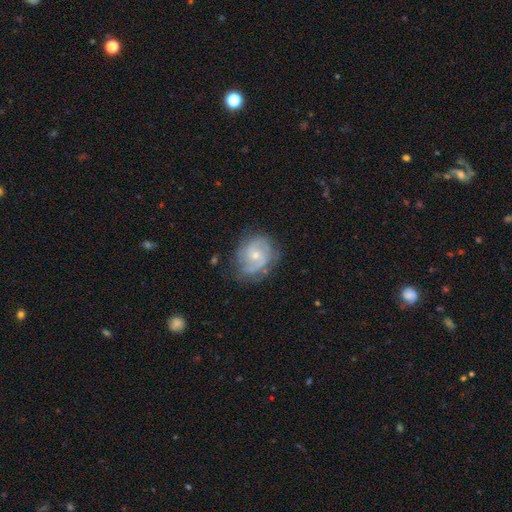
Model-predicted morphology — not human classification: smooth_or_featured: featured or disk (p=0.79) [alt: smooth p=0.16]
disk_edge_on: no (p=0.98) [alt: yes p=0.02]
bar: no (p=0.64) [alt: weak p=0.32]
has_spiral_arms: yes (p=0.93) [alt: no p=0.07]
spiral_winding: medium (p=0.45) [alt: tight p=0.41]
spiral_arm_count: 2 (p=0.63) [alt: can't tell p=0.17]
bulge_size: small (p=0.58) [alt: moderate p=0.38]
merging: none (p=0.72) [alt: minor disturbance p=0.20]